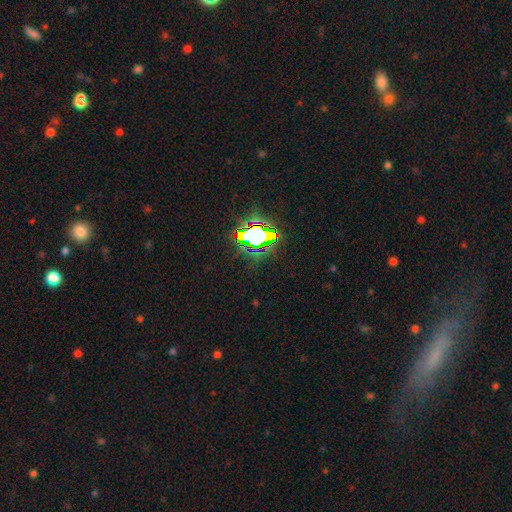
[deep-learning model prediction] Smooth or featured? star or artifact (76%)